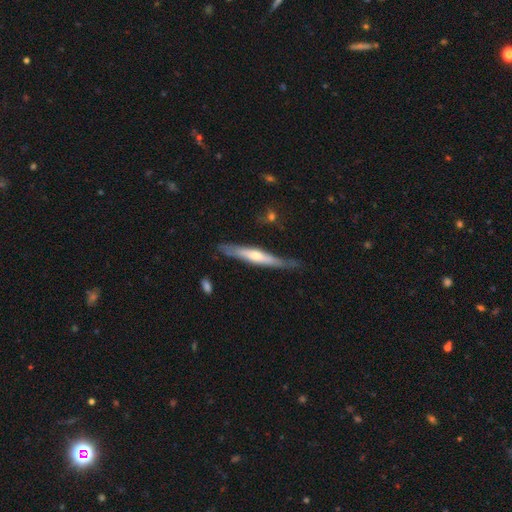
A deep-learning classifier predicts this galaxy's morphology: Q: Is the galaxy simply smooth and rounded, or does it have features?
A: featured or disk — 61%.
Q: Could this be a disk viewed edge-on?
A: yes — 88%.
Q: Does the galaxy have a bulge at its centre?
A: rounded — 72%.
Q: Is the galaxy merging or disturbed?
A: none — 72%.